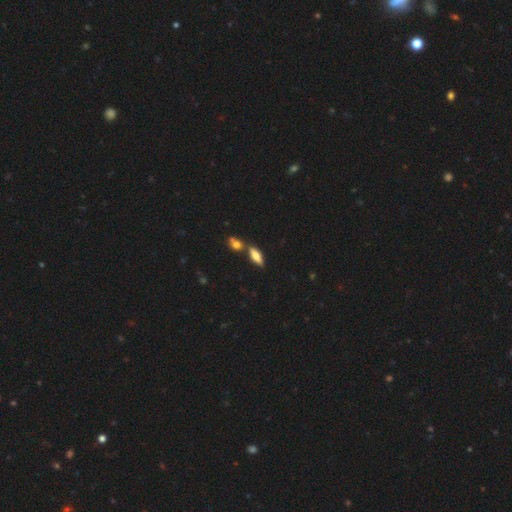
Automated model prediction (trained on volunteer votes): Smooth or featured? Predicted: smooth (p=0.68). How rounded? Predicted: in between (p=0.64). Merging? Predicted: none (p=0.64).